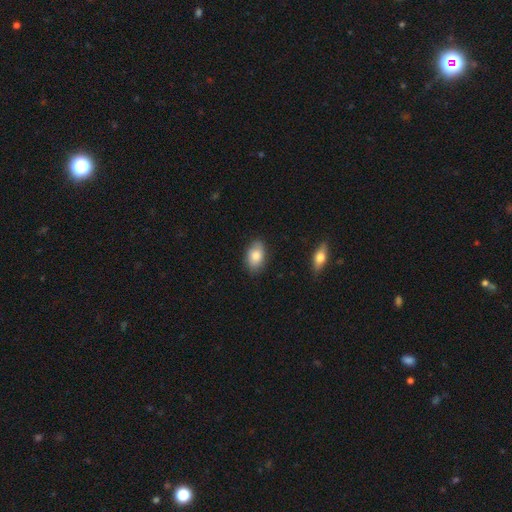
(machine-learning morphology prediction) A smooth galaxy with no disk features (82%) that is in between round and cigar-shaped (90%).

Vote fractions:
- Smooth or featured? smooth: 82% / featured or disk: 11% / star or artifact: 7%
- How rounded? in between: 90% / round: 9% / cigar-shaped: 2%
- Merging? none: 83% / minor disturbance: 13% / major disturbance: 2% / merger: 1%